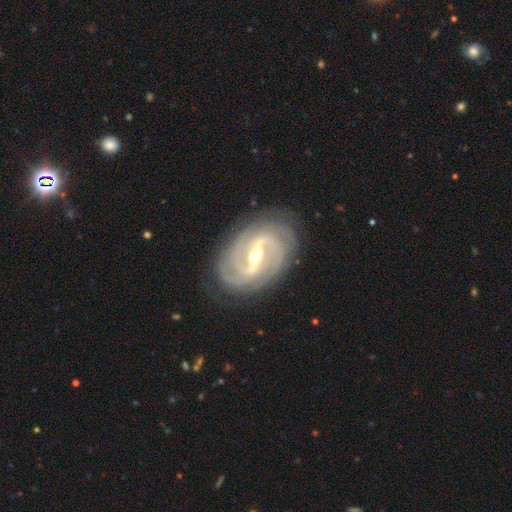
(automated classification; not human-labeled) This is clearly a featured or disk galaxy (91%). It is clearly not viewed edge-on (95%). Bar: likely strong (68%). Spiral arm pattern: clearly yes (96%). Spiral arm count: marginally 2 (42%). Spiral winding: possibly tight (58%). Central bulge: likely moderate (61%). Merging: clearly none (81%).